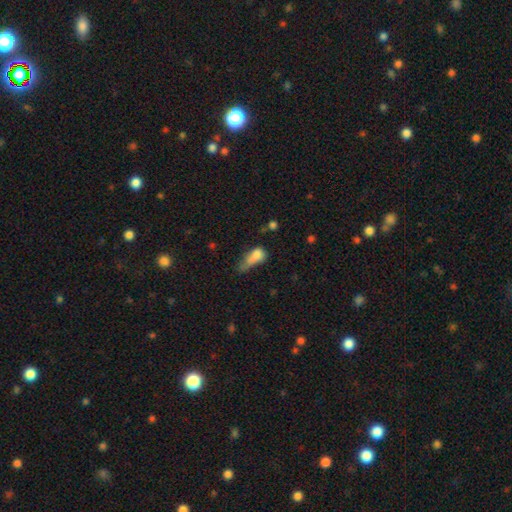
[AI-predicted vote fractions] Morphology: type=smooth (76%); roundness=in between (77%); merging=major disturbance (37%).